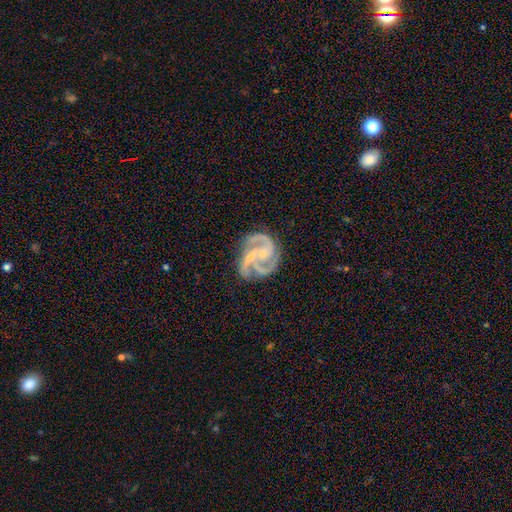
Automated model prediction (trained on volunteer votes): smooth-or-featured: featured or disk: 92% | star or artifact: 5% | smooth: 3%
  disk-edge-on: no: 98% | yes: 2%
    bar: no: 54% | weak: 30% | strong: 16%
    has-spiral-arms: yes: 98% | no: 2%
      spiral-winding: medium: 54% | tight: 38% | loose: 8%
      spiral-arm-count: 3: 60% | 2: 24% | 4: 6% | can't tell: 4% | 1: 3% | more than 4: 3%
    bulge-size: small: 73% | moderate: 23% | none: 3% | large: 1% | dominant: 1%
  merging: none: 65% | minor disturbance: 22% | major disturbance: 10% | merger: 4%